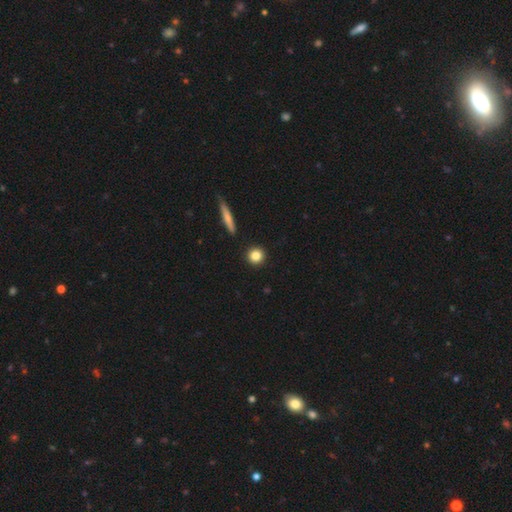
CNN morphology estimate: A smooth galaxy with no disk features (83%) that is round (91%). Merging: none (92%).